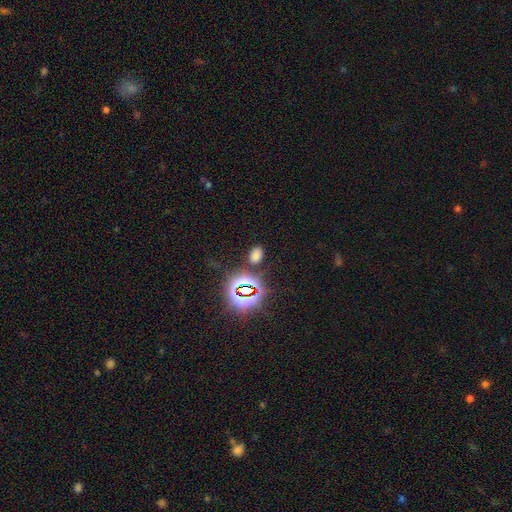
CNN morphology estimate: type=smooth (62%); roundness=in between (85%); merging=none (83%).